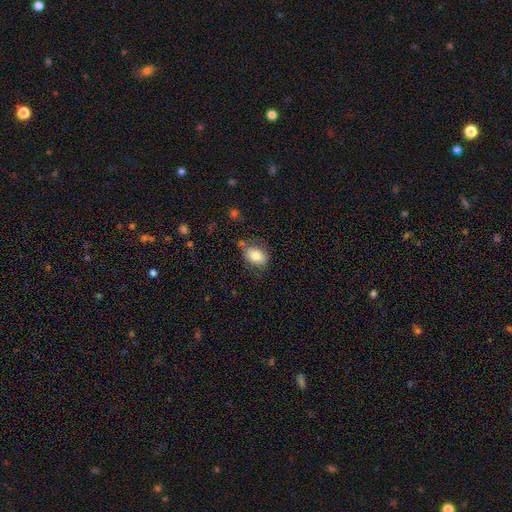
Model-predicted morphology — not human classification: This appears to be a smooth galaxy with no disk features (79%) that is in between round and cigar-shaped (74%). Merging: none (62%).